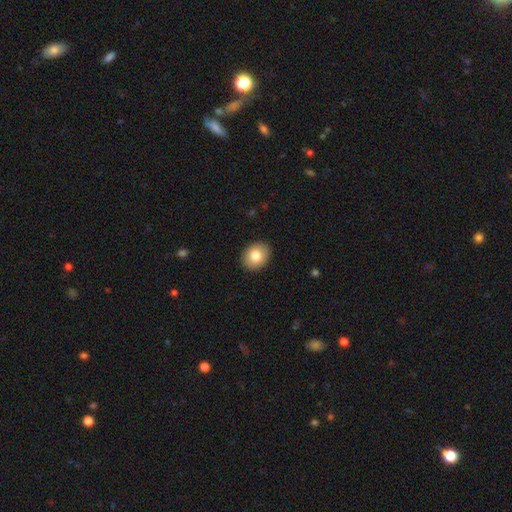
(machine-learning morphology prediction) type=smooth (81%); roundness=in between (51%); merging=none (90%).